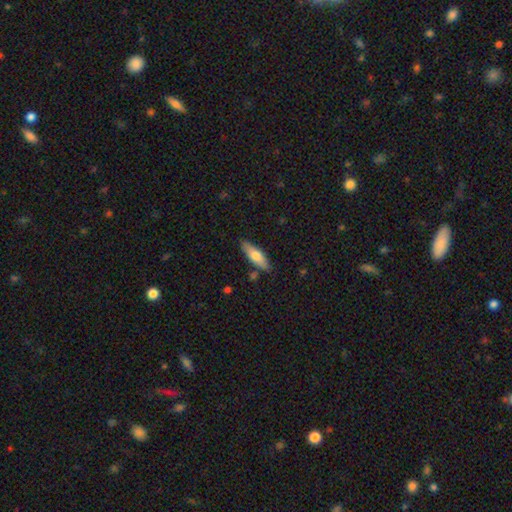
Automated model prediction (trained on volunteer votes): A smooth galaxy with no disk features (66%) that is cigar-shaped (51%).

Vote fractions:
- Smooth or featured? smooth: 66% / featured or disk: 28% / star or artifact: 6%
- How rounded? cigar-shaped: 51% / in between: 47% / round: 2%
- Merging? none: 84% / minor disturbance: 11% / merger: 3% / major disturbance: 2%